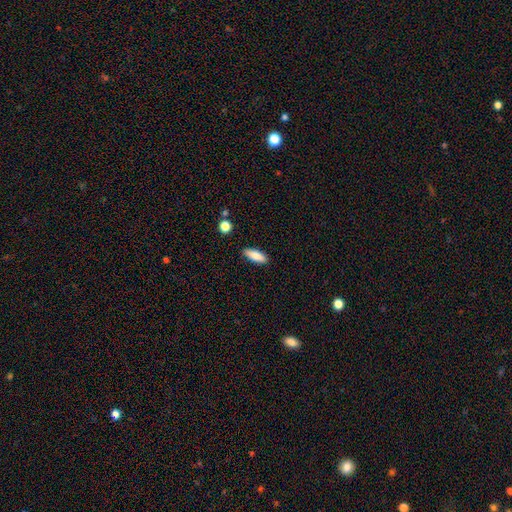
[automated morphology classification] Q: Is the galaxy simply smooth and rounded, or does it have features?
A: smooth — 84%.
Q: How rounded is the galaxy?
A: in between — 68%.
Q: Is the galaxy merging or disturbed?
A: none — 87%.